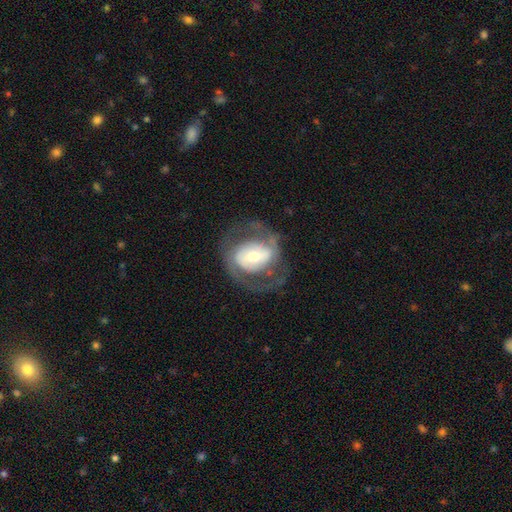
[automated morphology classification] Q: Smooth or featured?
A: featured or disk (73%); runner-up: smooth (21%)
Q: Edge-on disk?
A: no (96%); runner-up: yes (4%)
Q: Bar?
A: no (35%); runner-up: weak (33%)
Q: Spiral arms?
A: yes (71%); runner-up: no (29%)
Q: Spiral winding?
A: medium (49%); runner-up: tight (31%)
Q: Spiral arm count?
A: 2 (81%); runner-up: can't tell (11%)
Q: Bulge size?
A: moderate (49%); runner-up: small (34%)
Q: Merging?
A: none (65%); runner-up: major disturbance (18%)